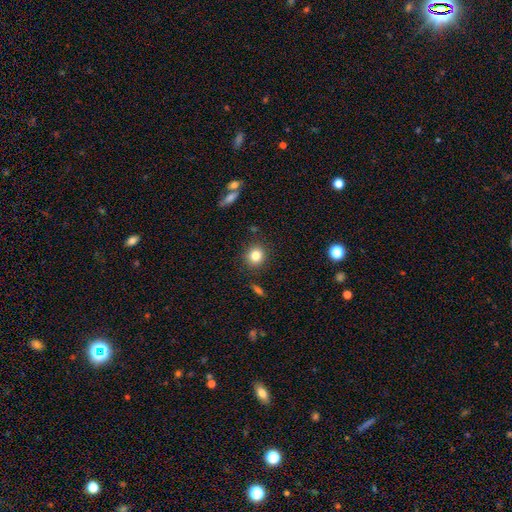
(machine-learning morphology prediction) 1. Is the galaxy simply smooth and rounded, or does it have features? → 83% smooth, 10% star or artifact, 7% featured or disk.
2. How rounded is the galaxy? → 84% round, 15% in between, 1% cigar-shaped.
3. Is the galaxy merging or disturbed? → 88% none, 8% minor disturbance, 2% major disturbance, 2% merger.